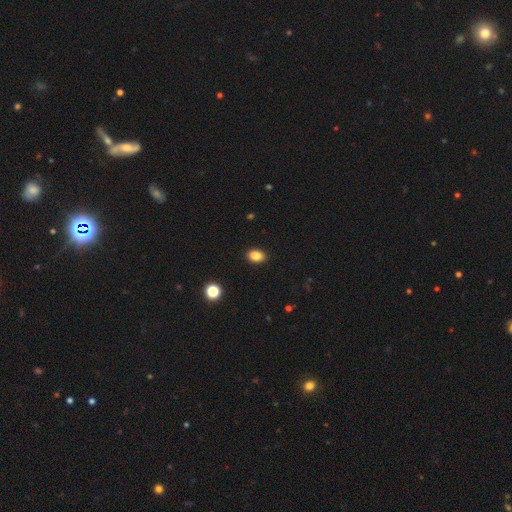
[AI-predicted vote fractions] A smooth galaxy with no disk features (86%) that is in between round and cigar-shaped (79%).

Vote fractions:
- Smooth or featured? smooth: 86% / star or artifact: 10% / featured or disk: 4%
- How rounded? in between: 79% / round: 19% / cigar-shaped: 1%
- Merging? none: 90% / minor disturbance: 7% / major disturbance: 2% / merger: 1%